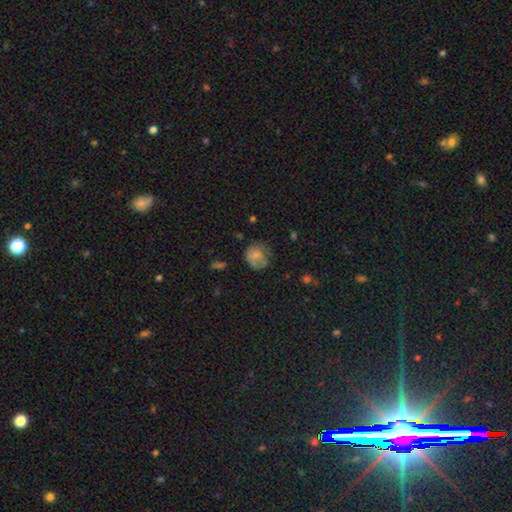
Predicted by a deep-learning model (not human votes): This is likely a smooth galaxy (69%). How rounded: likely round (78%). Merging: possibly none (53%).